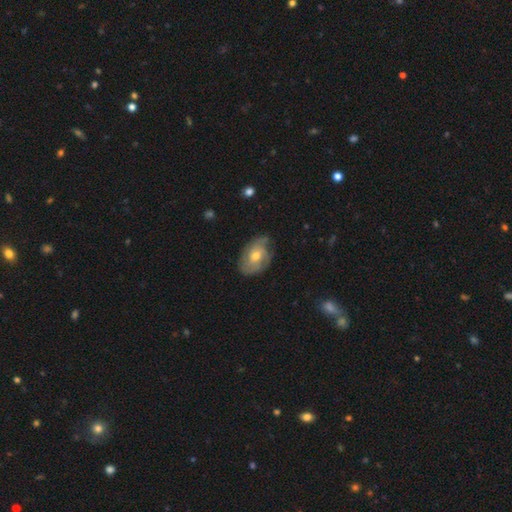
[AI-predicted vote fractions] Smooth or featured?
  - featured or disk: 59% *
  - smooth: 34%
  - star or artifact: 7%
Edge-on disk?
  - no: 95% *
  - yes: 5%
Bar?
  - no: 67% *
  - weak: 28%
  - strong: 5%
Spiral arms?
  - yes: 79% *
  - no: 21%
Bulge size?
  - moderate: 65% *
  - small: 29%
  - large: 4%
  - none: 1%
  - dominant: 1%
Merging?
  - none: 62% *
  - minor disturbance: 28%
  - major disturbance: 9%
  - merger: 2%